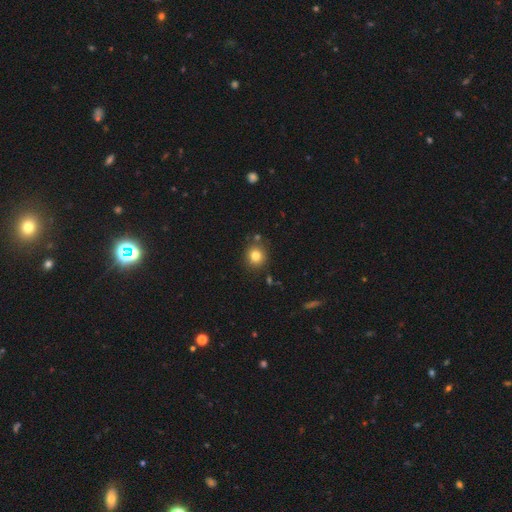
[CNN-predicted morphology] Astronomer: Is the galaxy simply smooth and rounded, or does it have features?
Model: smooth — 81%.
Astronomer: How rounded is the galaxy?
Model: round — 88%.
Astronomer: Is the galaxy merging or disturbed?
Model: none — 85%.